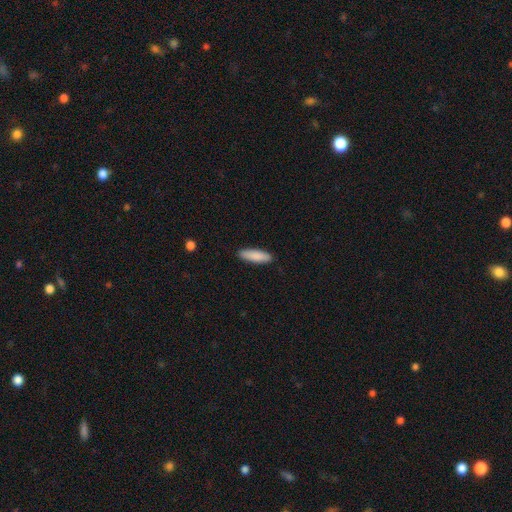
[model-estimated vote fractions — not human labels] Overall: smooth (88%). How rounded: cigar-shaped (57%; in between 41%). Merging: none (89%).